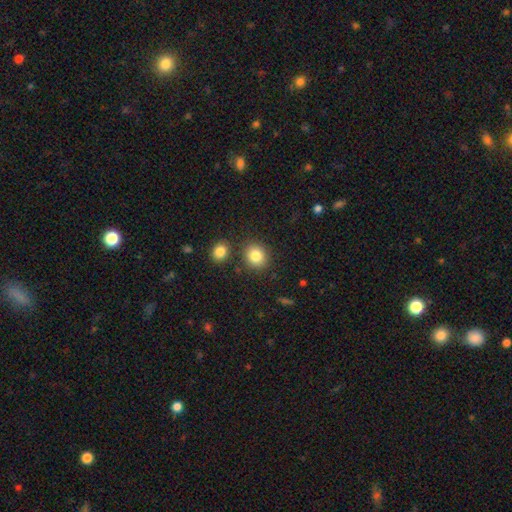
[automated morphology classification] This is clearly a smooth galaxy (84%). How rounded: likely round (74%). Merging: clearly none (82%).